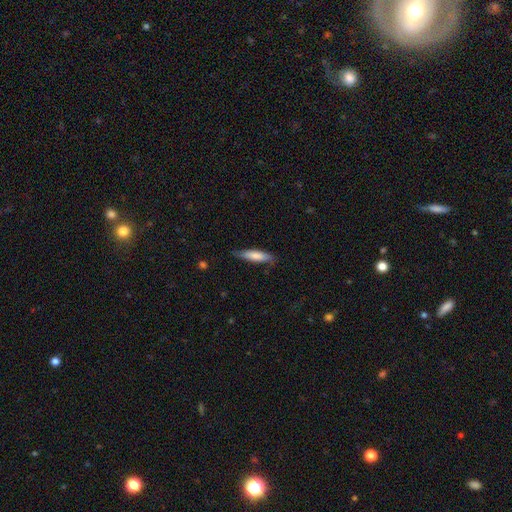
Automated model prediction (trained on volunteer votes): smooth_or_featured: smooth (p=0.74) [alt: featured or disk p=0.21]
how_rounded: cigar-shaped (p=0.74) [alt: in between p=0.25]
merging: none (p=0.72) [alt: minor disturbance p=0.23]